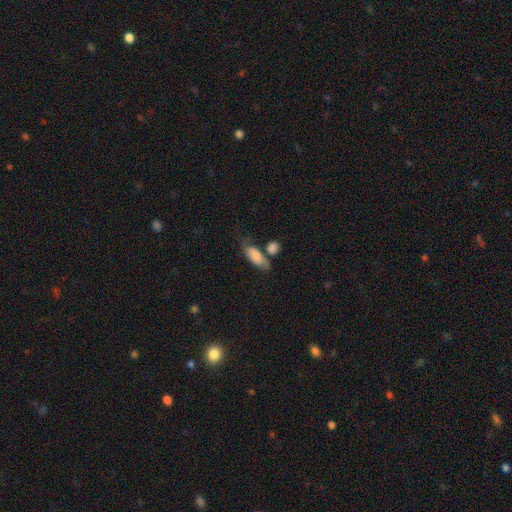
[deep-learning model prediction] smooth 71%, featured or disk 21%, star or artifact 7%. Down the decision tree: how rounded — in between (81%); merging — none (43%).